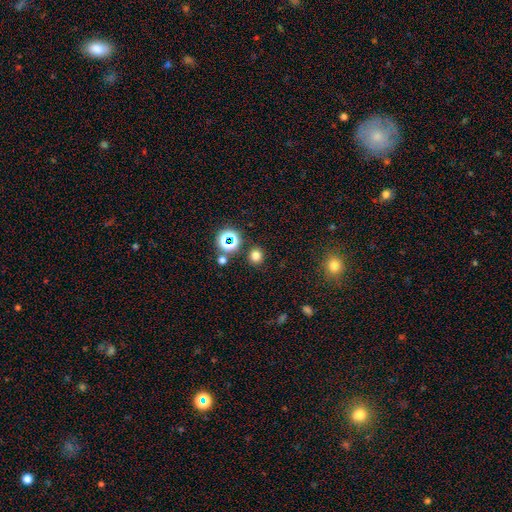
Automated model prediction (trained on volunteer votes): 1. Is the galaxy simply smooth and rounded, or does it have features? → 74% smooth, 21% star or artifact, 6% featured or disk.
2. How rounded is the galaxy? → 90% round, 9% in between, 1% cigar-shaped.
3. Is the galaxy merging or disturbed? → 88% none, 6% minor disturbance, 3% merger, 3% major disturbance.